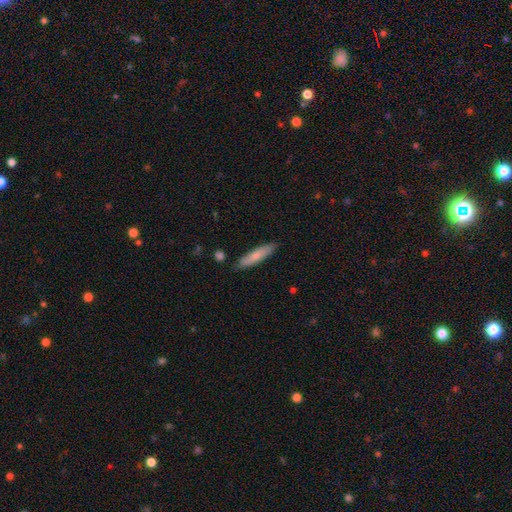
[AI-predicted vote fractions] Smooth or featured?
  - smooth: 74% *
  - featured or disk: 20%
  - star or artifact: 6%
How rounded?
  - cigar-shaped: 82% *
  - in between: 17%
  - round: 1%
Merging?
  - none: 85% *
  - minor disturbance: 11%
  - merger: 2%
  - major disturbance: 2%